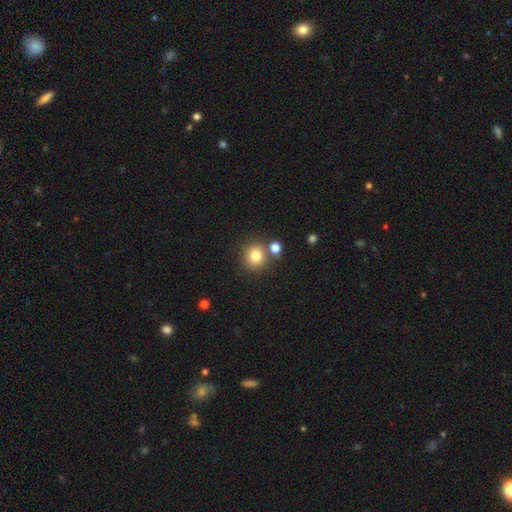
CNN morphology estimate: Smooth or featured? Predicted: smooth (p=0.82). How rounded? Predicted: round (p=0.86). Merging? Predicted: none (p=0.70).